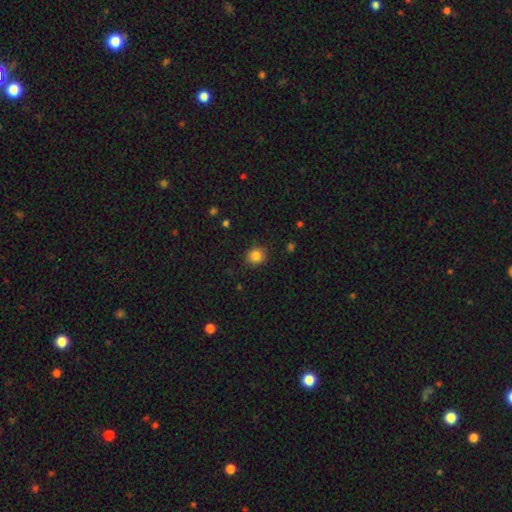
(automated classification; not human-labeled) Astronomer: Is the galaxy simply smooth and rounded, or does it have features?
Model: smooth — 85%.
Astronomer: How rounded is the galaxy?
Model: round — 83%.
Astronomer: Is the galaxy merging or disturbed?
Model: none — 88%.